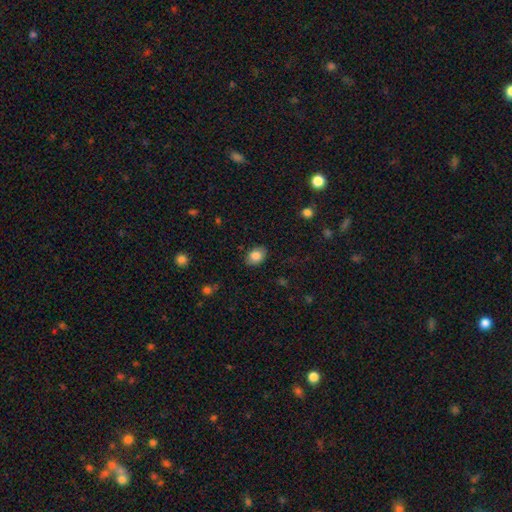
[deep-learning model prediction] A smooth galaxy with no disk features (83%) that is in between round and cigar-shaped (75%).

Vote fractions:
- Smooth or featured? smooth: 83% / featured or disk: 9% / star or artifact: 8%
- How rounded? in between: 75% / round: 24% / cigar-shaped: 1%
- Merging? none: 86% / minor disturbance: 11% / major disturbance: 2% / merger: 1%